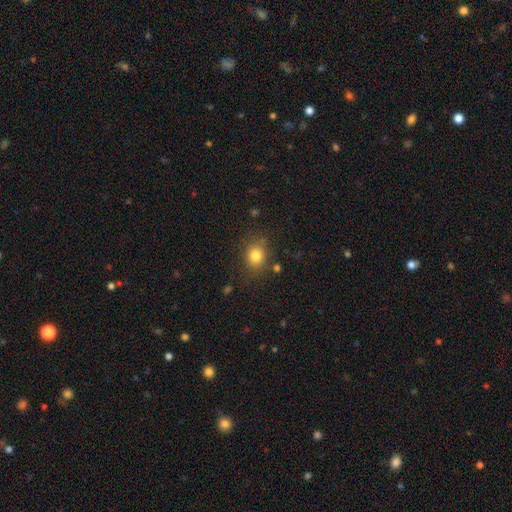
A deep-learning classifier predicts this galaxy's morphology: smooth 81%, star or artifact 12%, featured or disk 7%. Down the decision tree: how rounded — round (65%); merging — none (80%).